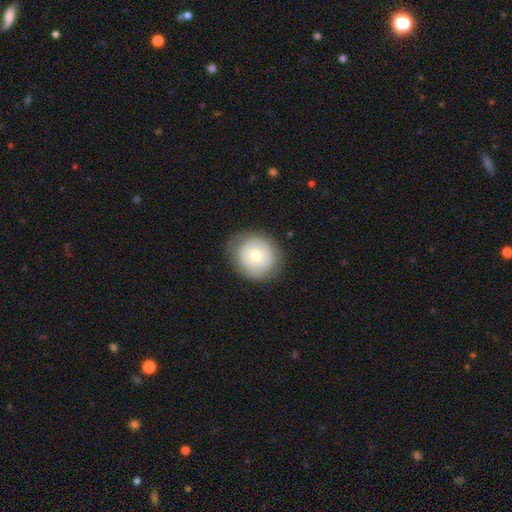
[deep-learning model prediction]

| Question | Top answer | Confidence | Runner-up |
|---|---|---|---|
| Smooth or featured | smooth | 66% | featured or disk (26%) |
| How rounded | round | 81% | in between (18%) |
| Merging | none | 77% | minor disturbance (17%) |